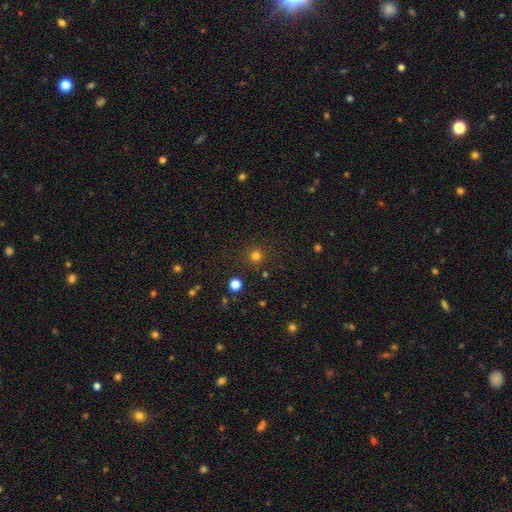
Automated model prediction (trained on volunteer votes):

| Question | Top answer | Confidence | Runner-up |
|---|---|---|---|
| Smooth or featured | smooth | 77% | star or artifact (18%) |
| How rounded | round | 94% | in between (5%) |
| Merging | none | 87% | minor disturbance (7%) |